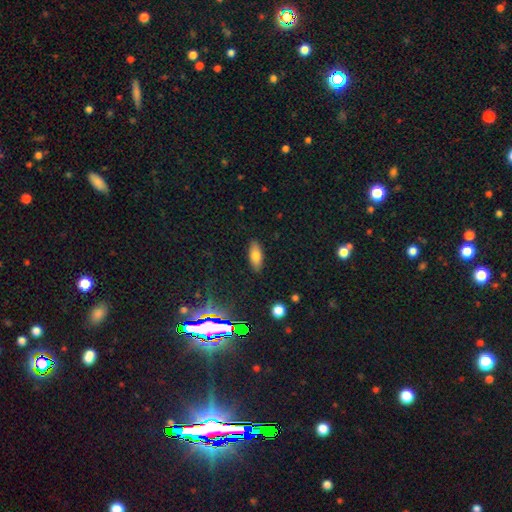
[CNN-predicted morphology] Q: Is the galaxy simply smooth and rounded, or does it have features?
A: smooth — 74%.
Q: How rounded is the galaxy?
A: in between — 80%.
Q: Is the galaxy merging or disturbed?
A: none — 88%.